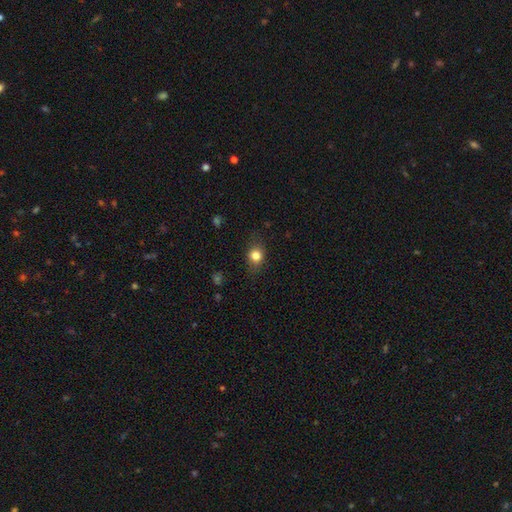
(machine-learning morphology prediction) A smooth galaxy with no disk features (81%) that is round (57%).

Vote fractions:
- Smooth or featured? smooth: 81% / star or artifact: 11% / featured or disk: 9%
- How rounded? round: 57% / in between: 41% / cigar-shaped: 2%
- Merging? none: 78% / minor disturbance: 16% / major disturbance: 5% / merger: 1%